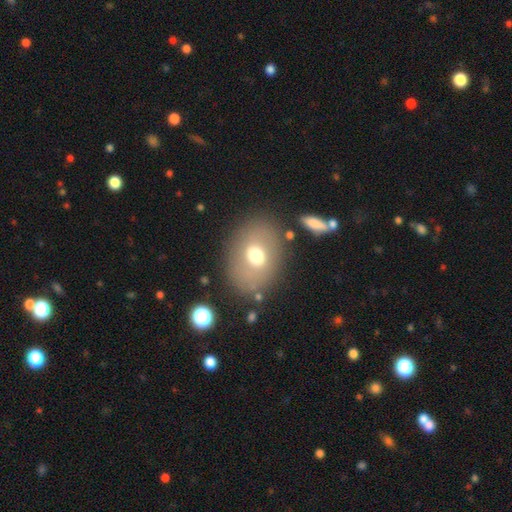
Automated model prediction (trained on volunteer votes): This appears to be a smooth galaxy with no disk features (64%) that is in between round and cigar-shaped (65%). Merging: none (77%).